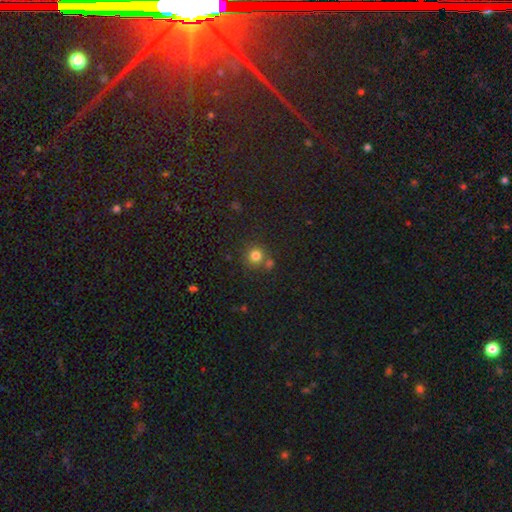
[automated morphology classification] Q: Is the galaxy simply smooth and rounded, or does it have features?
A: smooth — 79%.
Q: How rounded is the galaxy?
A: round — 92%.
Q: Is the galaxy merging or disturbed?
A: none — 71%.